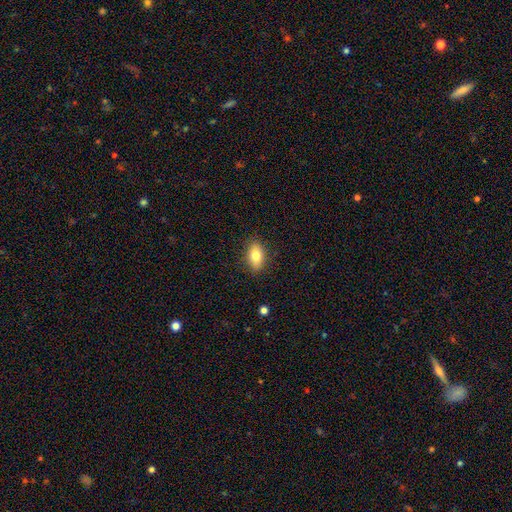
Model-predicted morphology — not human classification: type=smooth (79%); roundness=in between (87%); merging=none (87%).